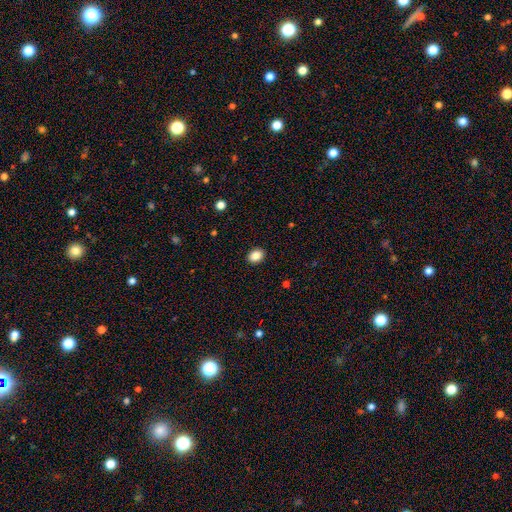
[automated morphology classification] type=smooth (87%); roundness=in between (66%); merging=none (91%).